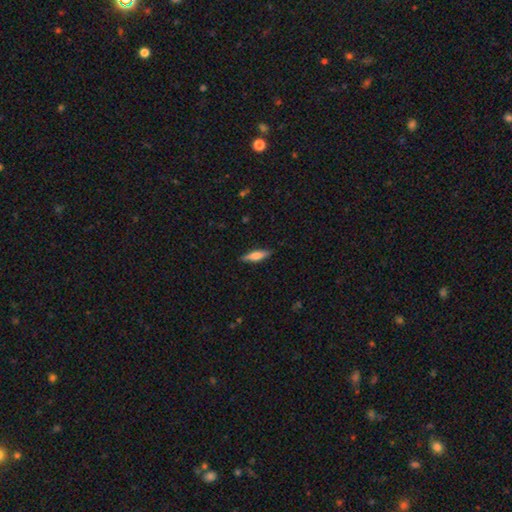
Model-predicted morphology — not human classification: A smooth galaxy with no disk features (52%) that is cigar-shaped (68%).

Vote fractions:
- Smooth or featured? smooth: 52% / featured or disk: 41% / star or artifact: 6%
- How rounded? cigar-shaped: 68% / in between: 30% / round: 2%
- Merging? none: 88% / minor disturbance: 9% / major disturbance: 2% / merger: 1%